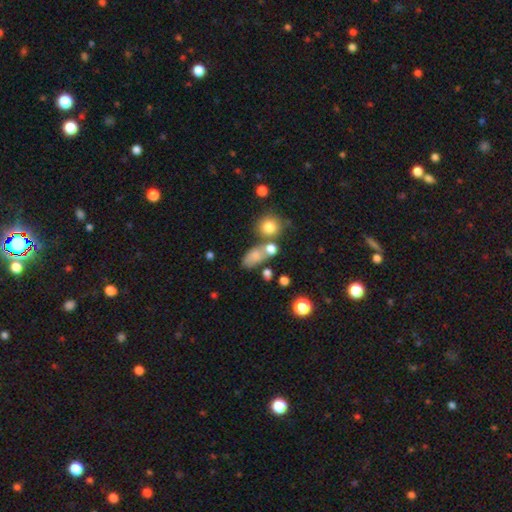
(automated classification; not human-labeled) This appears to be a smooth galaxy with no disk features (74%) that is in between round and cigar-shaped (76%). Merging: none (47%).